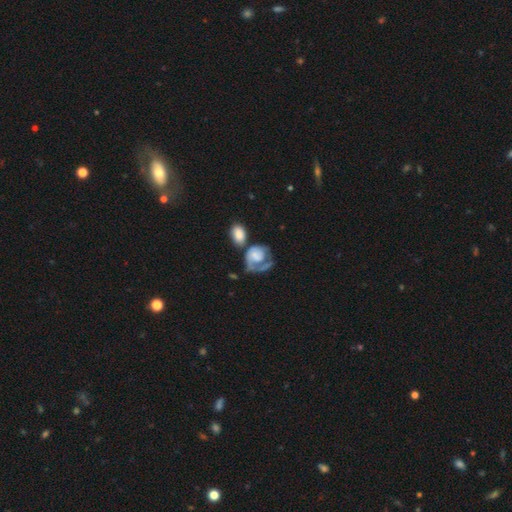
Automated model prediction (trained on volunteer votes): Smooth or featured? Predicted: featured or disk (p=0.55). Edge-on disk? Predicted: no (p=0.97). Bar? Predicted: no (p=0.77). Spiral arms? Predicted: yes (p=0.65). Bulge size? Predicted: none (p=0.29). Merging? Predicted: major disturbance (p=0.34).